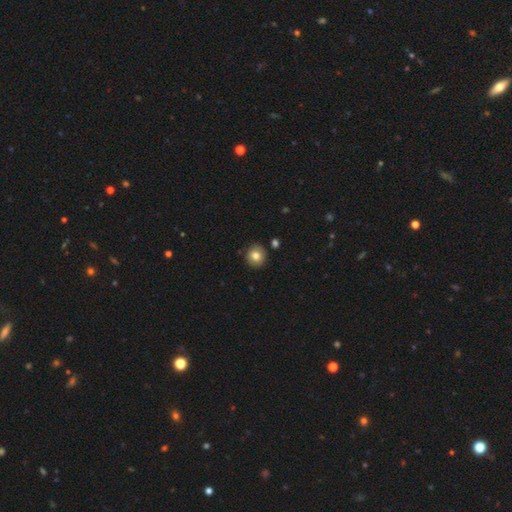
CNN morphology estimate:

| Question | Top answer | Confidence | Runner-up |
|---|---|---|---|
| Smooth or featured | smooth | 80% | featured or disk (11%) |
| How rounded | round | 90% | in between (10%) |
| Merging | none | 88% | minor disturbance (8%) |